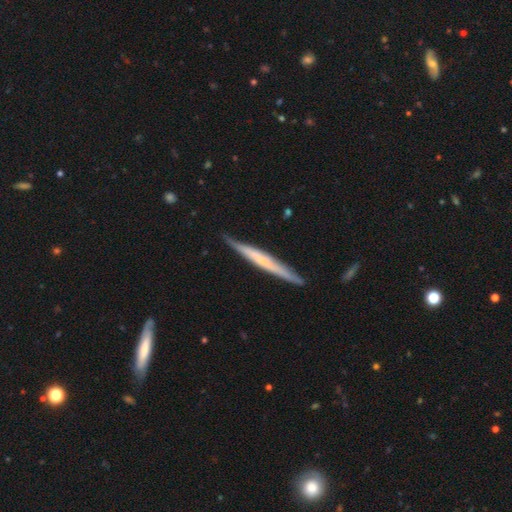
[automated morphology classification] Q: Smooth or featured?
A: featured or disk (60%); runner-up: smooth (34%)
Q: Edge-on disk?
A: yes (96%); runner-up: no (4%)
Q: Edge-on bulge?
A: none (62%); runner-up: rounded (27%)
Q: Merging?
A: none (86%); runner-up: minor disturbance (11%)